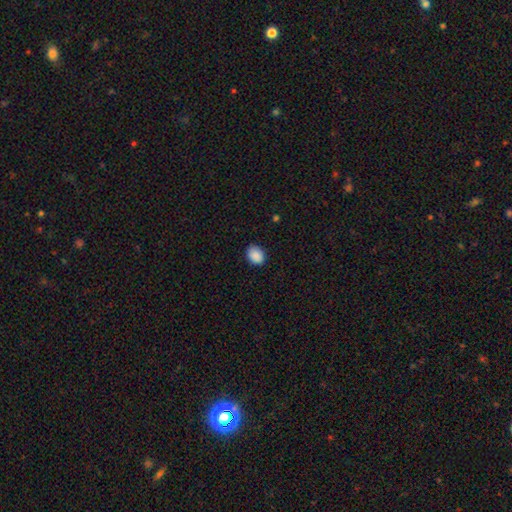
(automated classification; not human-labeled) This appears to be a smooth galaxy with no disk features (90%) that is in between round and cigar-shaped (61%). Merging: none (86%).